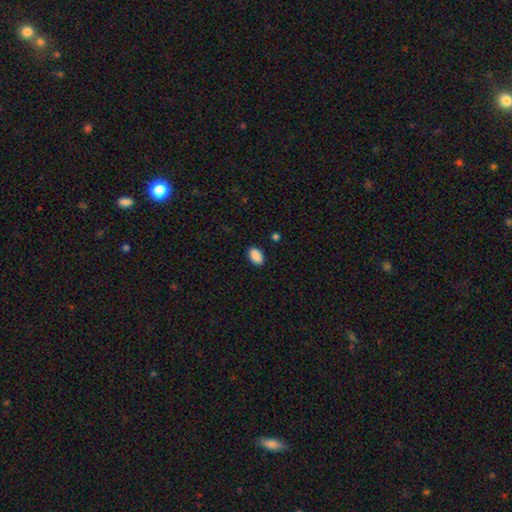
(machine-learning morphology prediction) This is clearly a smooth galaxy (90%). How rounded: clearly in between (91%). Merging: clearly none (87%).